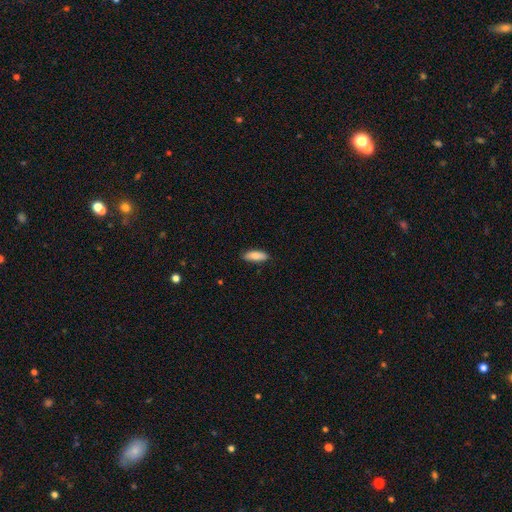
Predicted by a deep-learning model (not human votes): smooth 86%, featured or disk 8%, star or artifact 6%. Down the decision tree: how rounded — in between (65%); merging — none (85%).